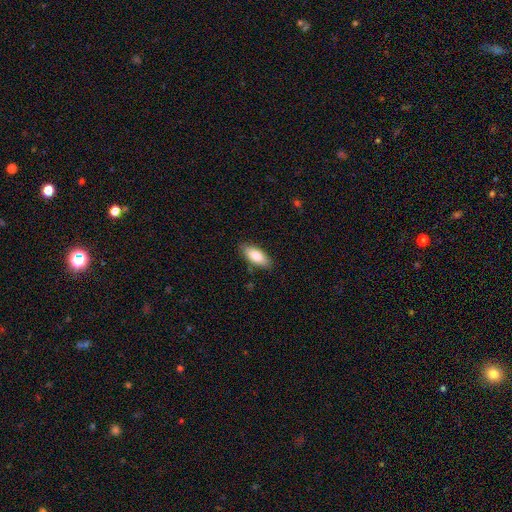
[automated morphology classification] Smooth or featured? smooth (82%)
How rounded? in between (82%)
Merging? none (85%)